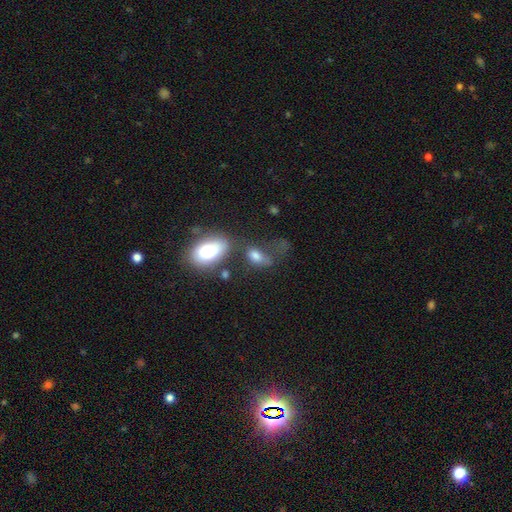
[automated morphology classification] Smooth or featured: smooth — 72% (featured or disk — 16%)
How rounded: in between — 83% (round — 13%)
Merging: major disturbance — 29% (none — 26%)